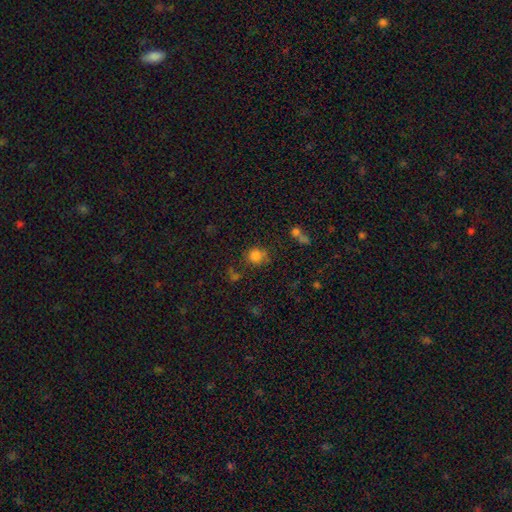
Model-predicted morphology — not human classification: smooth-or-featured: smooth: 81% | star or artifact: 12% | featured or disk: 6%
  how-rounded: round: 84% | in between: 15% | cigar-shaped: 1%
  merging: none: 64% | minor disturbance: 17% | merger: 10% | major disturbance: 8%